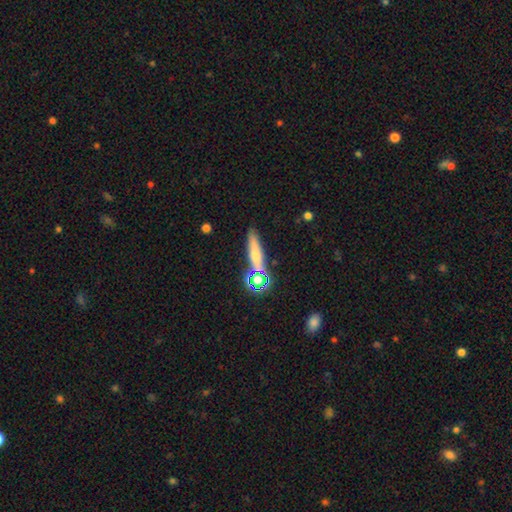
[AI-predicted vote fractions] Smooth or featured? Predicted: smooth (p=0.60). How rounded? Predicted: cigar-shaped (p=0.75). Merging? Predicted: none (p=0.76).